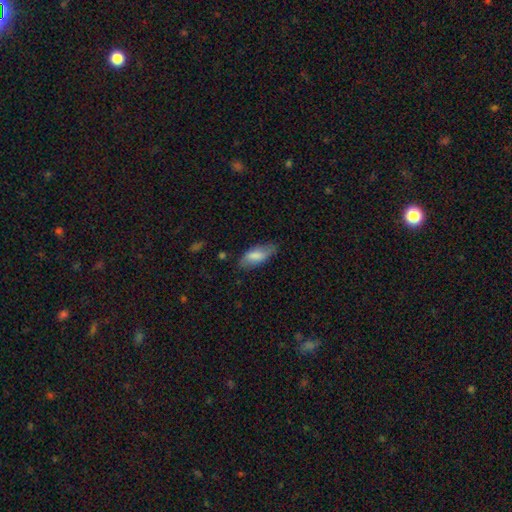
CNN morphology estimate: Smooth or featured? Predicted: smooth (p=0.78). How rounded? Predicted: in between (p=0.81). Merging? Predicted: none (p=0.71).